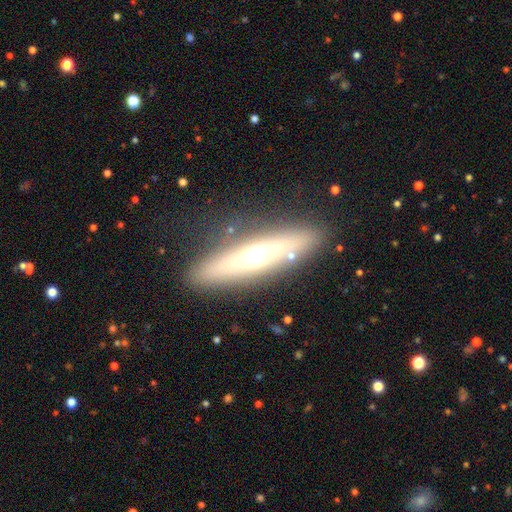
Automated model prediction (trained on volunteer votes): featured or disk 52%, smooth 40%, star or artifact 9%. Down the decision tree: edge-on disk — yes (81%); merging — none (82%).